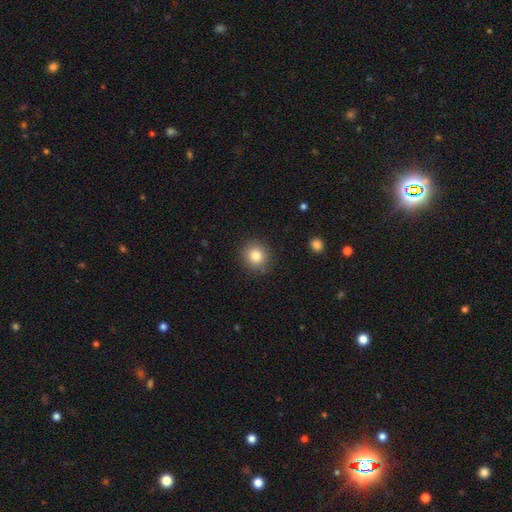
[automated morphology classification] This appears to be a smooth galaxy with no disk features (82%) that is round (86%). Merging: none (88%).